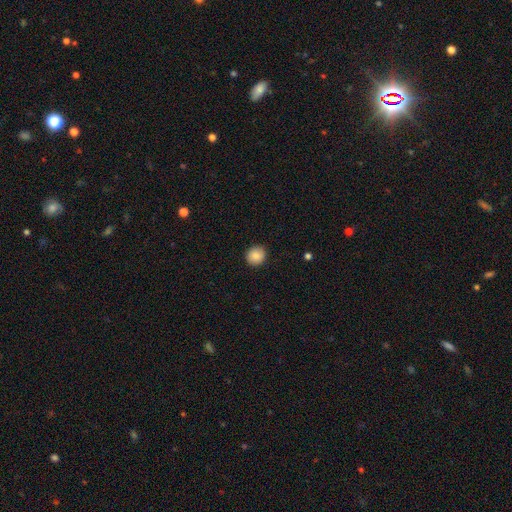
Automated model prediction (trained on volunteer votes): Smooth or featured? Predicted: smooth (p=0.86). How rounded? Predicted: round (p=0.88). Merging? Predicted: none (p=0.91).